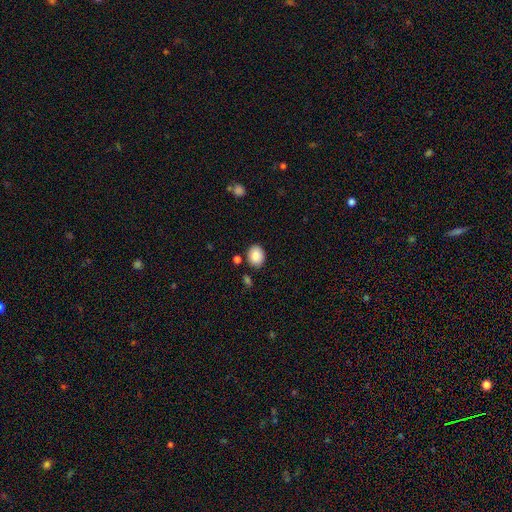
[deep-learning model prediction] A smooth galaxy with no disk features (85%) that is in between round and cigar-shaped (50%).

Vote fractions:
- Smooth or featured? smooth: 85% / star or artifact: 8% / featured or disk: 6%
- How rounded? in between: 50% / round: 49% / cigar-shaped: 1%
- Merging? none: 83% / minor disturbance: 10% / merger: 4% / major disturbance: 2%